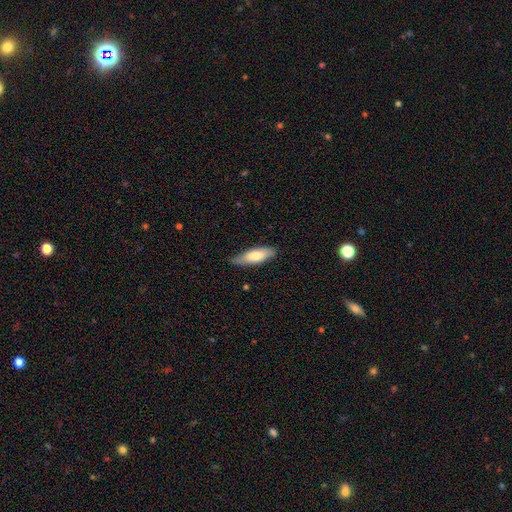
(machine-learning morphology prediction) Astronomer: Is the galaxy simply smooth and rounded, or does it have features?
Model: smooth — 74%.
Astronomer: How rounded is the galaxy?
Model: in between — 50% (runner-up: cigar-shaped, 49%).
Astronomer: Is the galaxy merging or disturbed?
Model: none — 73%.